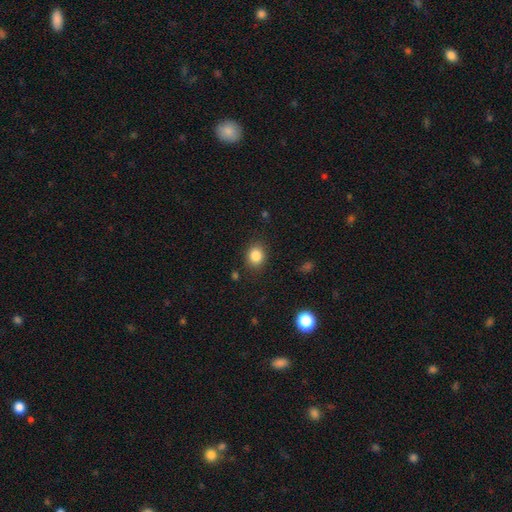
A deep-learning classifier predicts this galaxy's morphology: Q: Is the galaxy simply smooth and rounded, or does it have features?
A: smooth — 85%.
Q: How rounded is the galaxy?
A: round — 64%.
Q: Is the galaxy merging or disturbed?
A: none — 85%.